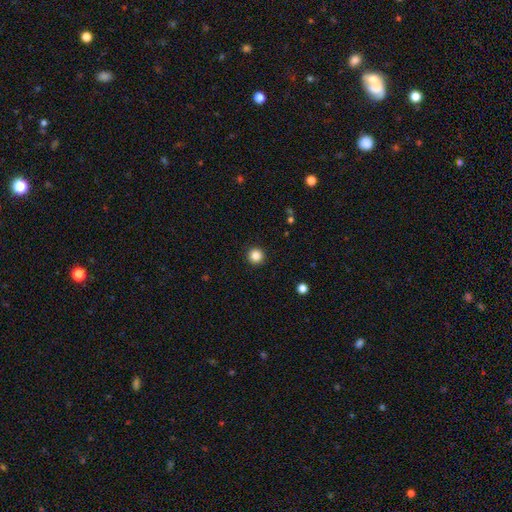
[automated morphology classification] Smooth or featured: smooth — 85% (star or artifact — 11%)
How rounded: round — 96% (in between — 3%)
Merging: none — 94% (minor disturbance — 4%)